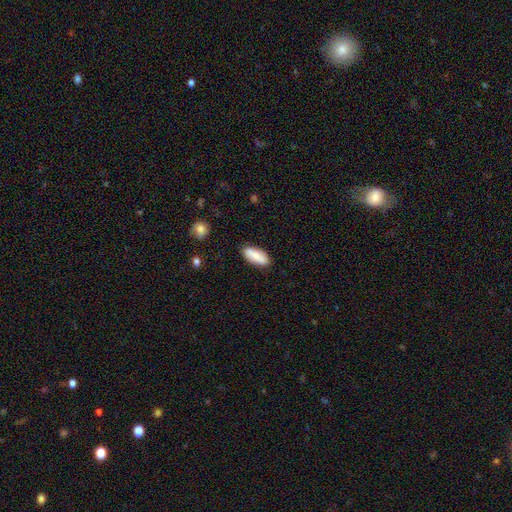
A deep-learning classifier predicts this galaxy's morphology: Overall: smooth (81%). How rounded: in between (77%). Merging: none (85%).